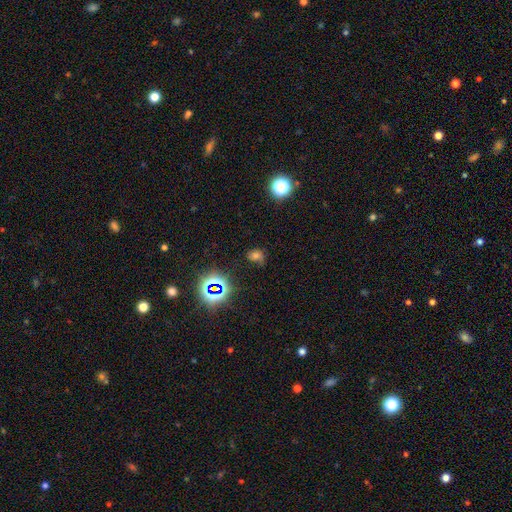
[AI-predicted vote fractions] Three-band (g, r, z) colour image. It shows a smooth galaxy with no disk features (50%). Merging: none (55%).